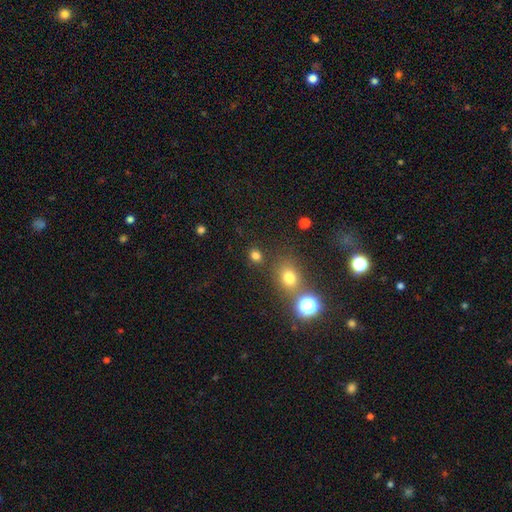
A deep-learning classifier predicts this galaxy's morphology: Smooth or featured: smooth — 76% (star or artifact — 18%)
How rounded: round — 66% (in between — 33%)
Merging: none — 79% (minor disturbance — 9%)